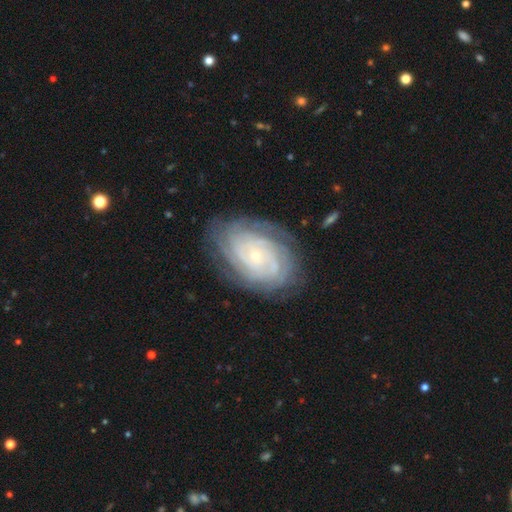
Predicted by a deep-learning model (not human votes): Smooth or featured: featured or disk — 85% (smooth — 9%)
Edge-on disk: no — 97% (yes — 3%)
Bar: no — 79% (weak — 16%)
Spiral arms: yes — 96% (no — 4%)
Spiral winding: tight — 82% (medium — 15%)
Spiral arm count: can't tell — 33% (4 — 20%)
Bulge size: small — 83% (moderate — 13%)
Merging: none — 79% (minor disturbance — 15%)